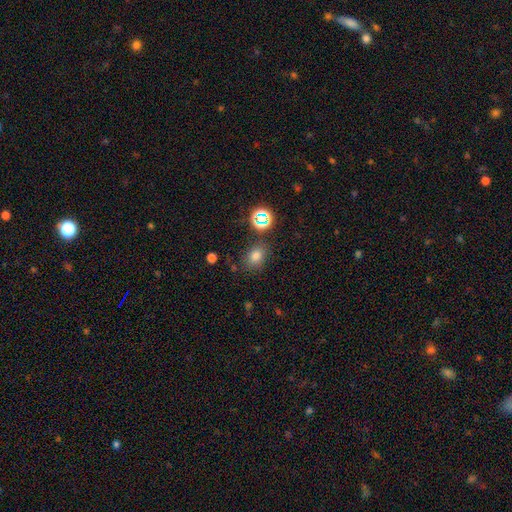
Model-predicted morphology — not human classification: smooth_or_featured: smooth (p=0.74) [alt: star or artifact p=0.19]
how_rounded: in between (p=0.57) [alt: round p=0.42]
merging: none (p=0.76) [alt: minor disturbance p=0.14]